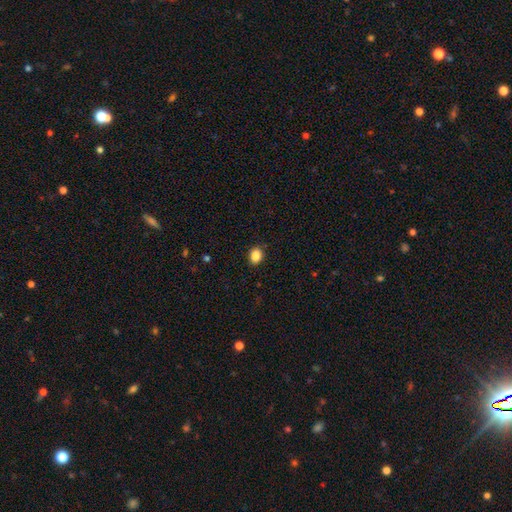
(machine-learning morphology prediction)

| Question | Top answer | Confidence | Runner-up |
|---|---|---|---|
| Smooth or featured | smooth | 87% | star or artifact (9%) |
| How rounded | round | 50% | in between (49%) |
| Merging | none | 90% | minor disturbance (7%) |